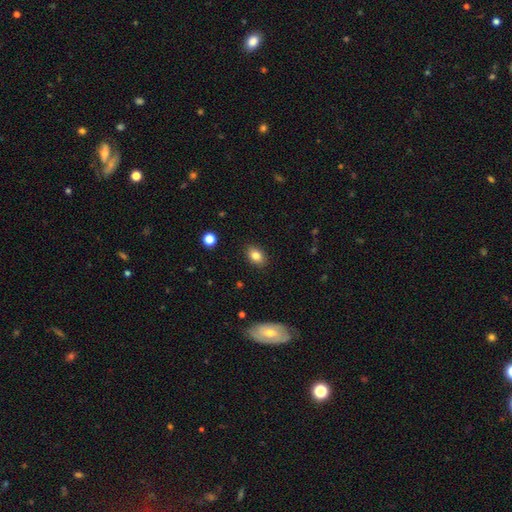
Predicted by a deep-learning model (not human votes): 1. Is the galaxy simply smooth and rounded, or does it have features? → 83% smooth, 9% star or artifact, 8% featured or disk.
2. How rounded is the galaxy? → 79% in between, 19% round, 2% cigar-shaped.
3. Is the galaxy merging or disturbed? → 88% none, 9% minor disturbance, 2% major disturbance, 1% merger.